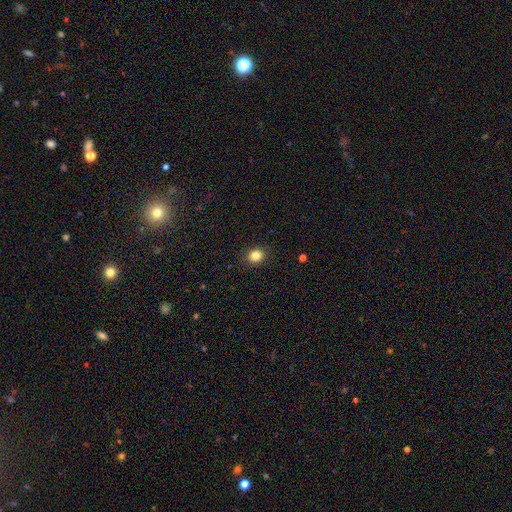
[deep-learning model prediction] Smooth or featured? Predicted: smooth (p=0.84). How rounded? Predicted: round (p=0.68). Merging? Predicted: none (p=0.89).